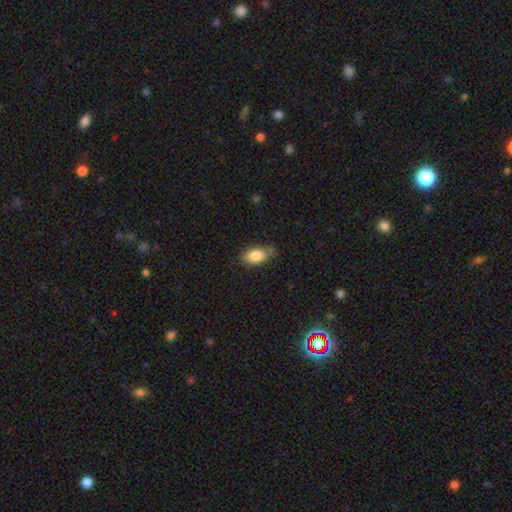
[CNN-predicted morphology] A smooth galaxy with no disk features (85%) that is in between round and cigar-shaped (89%).

Vote fractions:
- Smooth or featured? smooth: 85% / featured or disk: 8% / star or artifact: 8%
- How rounded? in between: 89% / round: 8% / cigar-shaped: 3%
- Merging? none: 69% / minor disturbance: 24% / major disturbance: 4% / merger: 3%